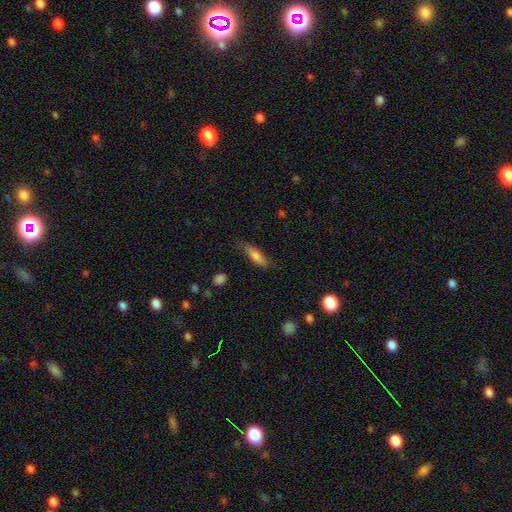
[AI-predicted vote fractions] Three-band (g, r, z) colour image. It shows a smooth galaxy with no disk features (72%) that is cigar-shaped (59%). Merging: none (74%).